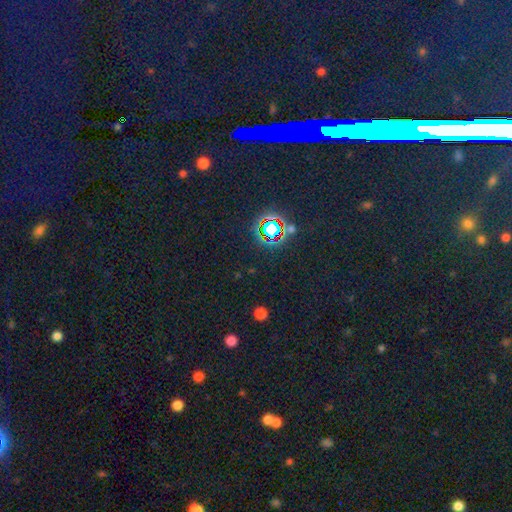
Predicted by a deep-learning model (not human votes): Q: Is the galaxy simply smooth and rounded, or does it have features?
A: star or artifact — 83%.